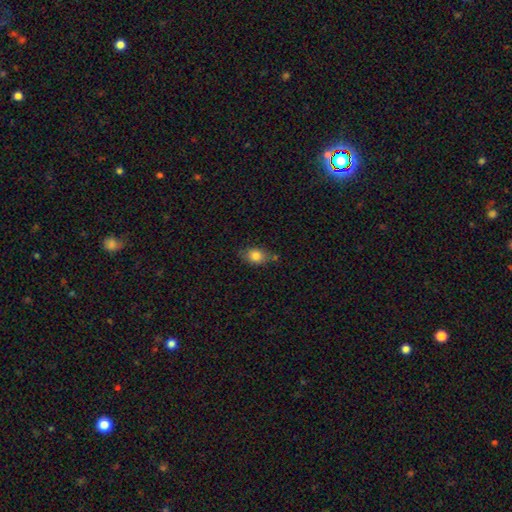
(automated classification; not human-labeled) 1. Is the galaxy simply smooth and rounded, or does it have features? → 81% smooth, 9% featured or disk, 9% star or artifact.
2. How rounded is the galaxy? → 69% in between, 28% round, 2% cigar-shaped.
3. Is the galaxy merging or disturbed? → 67% none, 21% minor disturbance, 8% merger, 4% major disturbance.